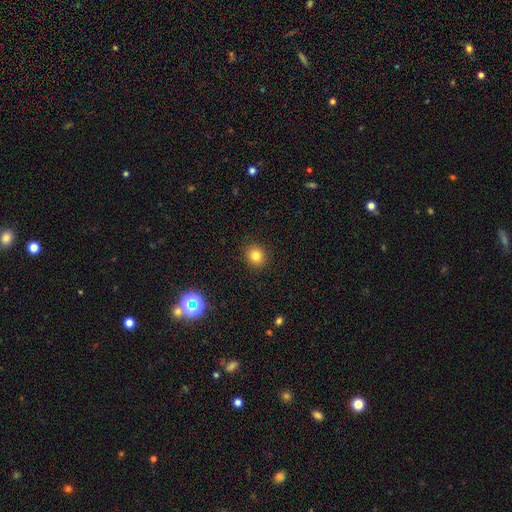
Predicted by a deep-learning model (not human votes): A smooth galaxy with no disk features (81%) that is round (82%). Merging: none (91%).